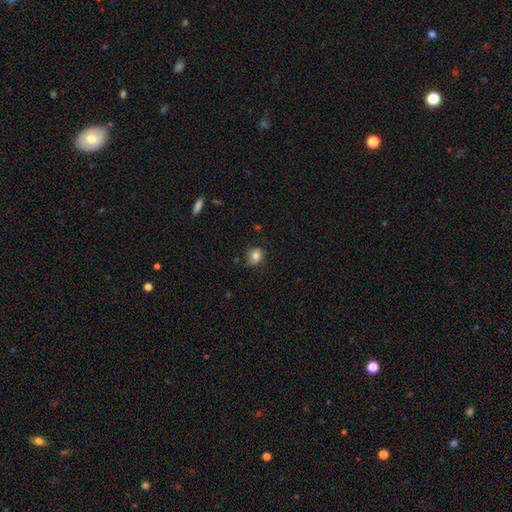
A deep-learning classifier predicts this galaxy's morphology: Q: Smooth or featured?
A: smooth (82%); runner-up: star or artifact (10%)
Q: How rounded?
A: round (67%); runner-up: in between (32%)
Q: Merging?
A: none (78%); runner-up: minor disturbance (17%)